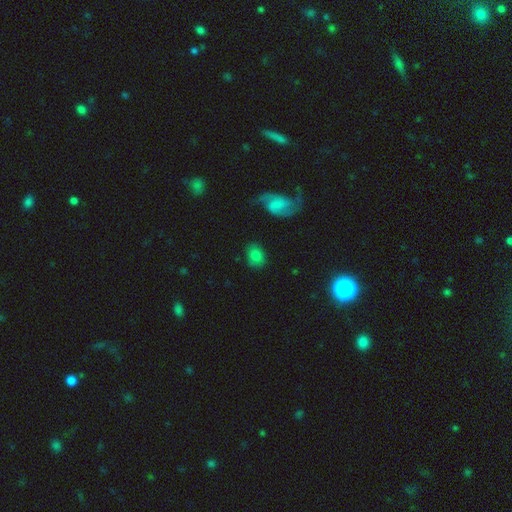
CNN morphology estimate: type=smooth (74%); roundness=in between (62%); merging=none (76%).